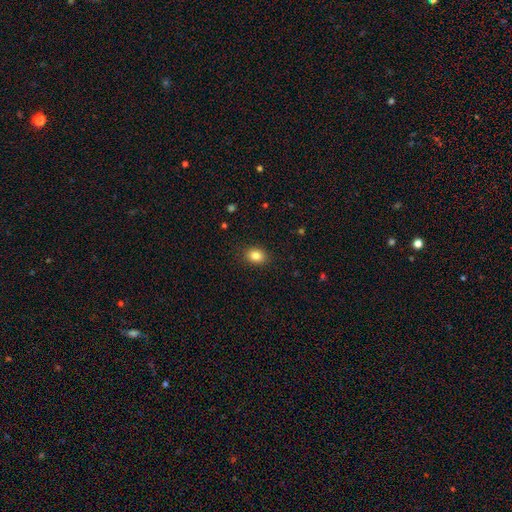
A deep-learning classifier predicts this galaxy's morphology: The model was most divided on "how rounded": in between: 57%, round: 42%, cigar-shaped: 1%. More confident: merging — none (89%); smooth or featured — smooth (85%).